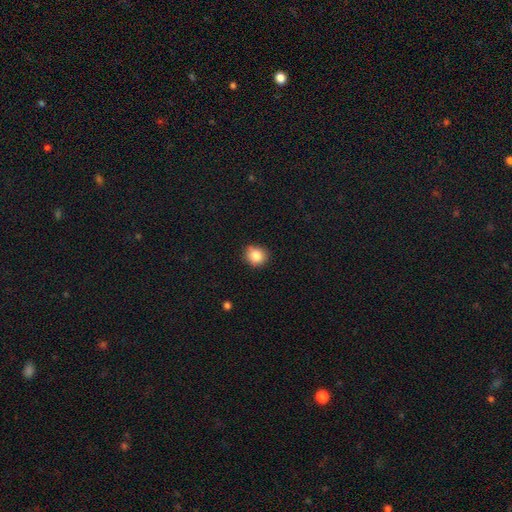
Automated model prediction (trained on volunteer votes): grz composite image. It shows a smooth galaxy with no disk features (85%) that is round (82%). Merging: none (82%).